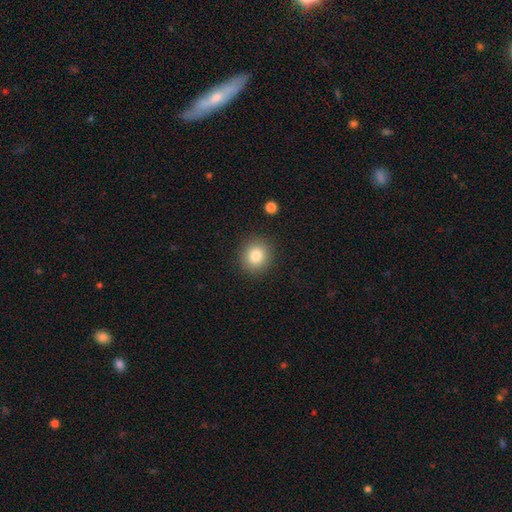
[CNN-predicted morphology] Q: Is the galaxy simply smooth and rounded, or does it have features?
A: smooth — 83%.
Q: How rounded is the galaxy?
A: round — 84%.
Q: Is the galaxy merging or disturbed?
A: none — 89%.